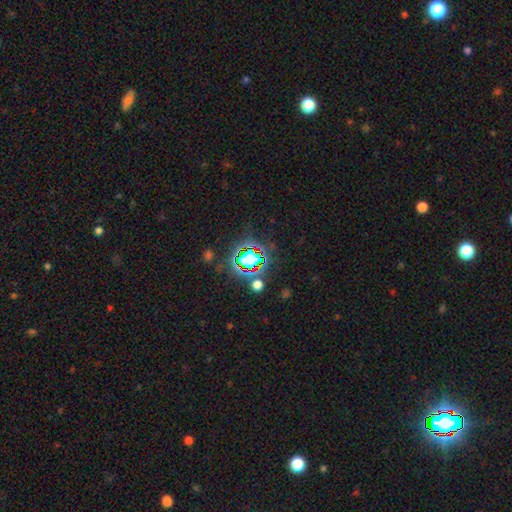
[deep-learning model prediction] Overall: star or artifact (80%).